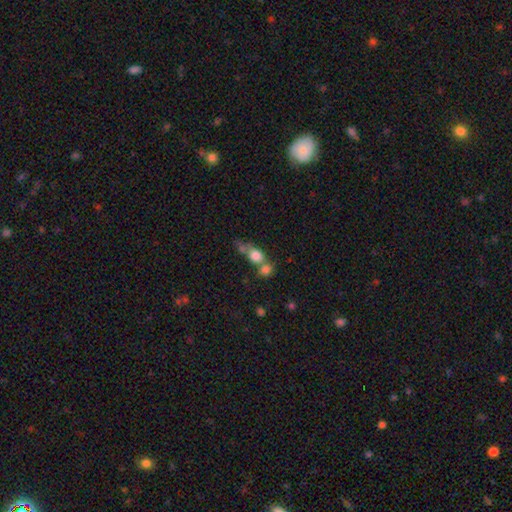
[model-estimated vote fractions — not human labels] Smooth or featured?
  - smooth: 76% *
  - featured or disk: 13%
  - star or artifact: 10%
How rounded?
  - round: 55% *
  - in between: 41%
  - cigar-shaped: 4%
Merging?
  - merger: 56% *
  - none: 28%
  - minor disturbance: 9%
  - major disturbance: 7%